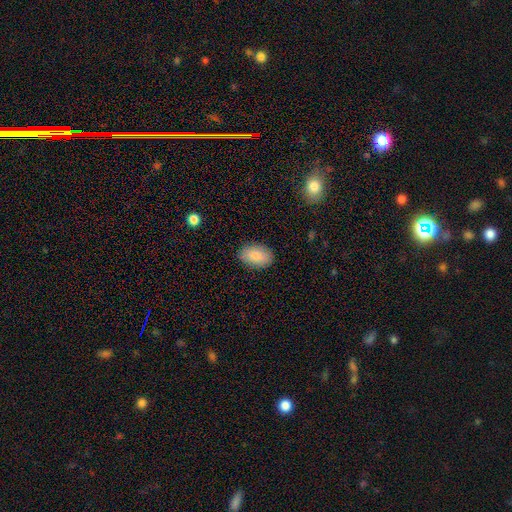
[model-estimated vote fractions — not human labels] Smooth or featured? smooth (84%)
How rounded? in between (89%)
Merging? none (87%)